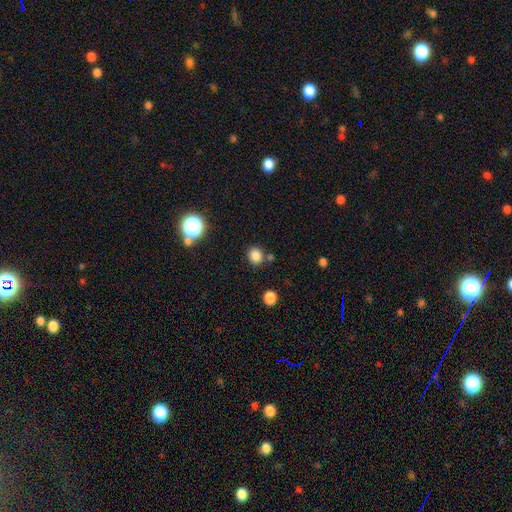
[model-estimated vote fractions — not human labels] Q: Smooth or featured?
A: smooth (83%); runner-up: star or artifact (13%)
Q: How rounded?
A: round (74%); runner-up: in between (25%)
Q: Merging?
A: none (76%); runner-up: minor disturbance (11%)